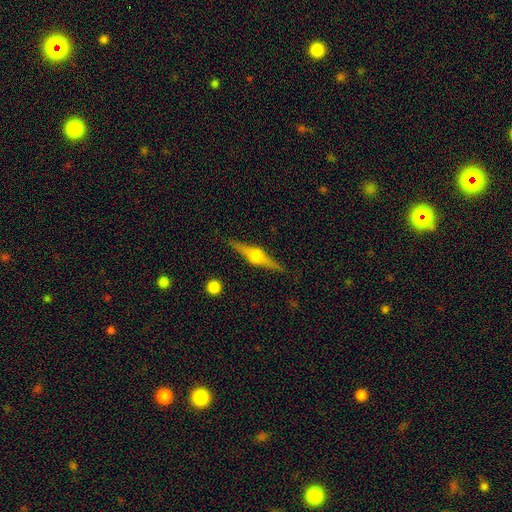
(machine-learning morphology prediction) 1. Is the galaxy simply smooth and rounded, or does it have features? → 81% featured or disk, 13% smooth, 6% star or artifact.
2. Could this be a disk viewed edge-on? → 98% yes, 2% no.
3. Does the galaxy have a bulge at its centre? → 94% rounded, 5% boxy, 1% none.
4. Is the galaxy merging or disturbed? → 89% none, 8% minor disturbance, 2% major disturbance, 1% merger.